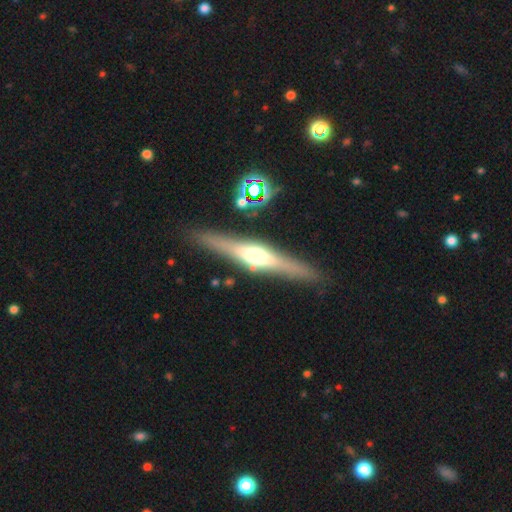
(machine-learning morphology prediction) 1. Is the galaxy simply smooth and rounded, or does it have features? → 67% featured or disk, 25% smooth, 8% star or artifact.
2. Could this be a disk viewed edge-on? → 95% yes, 5% no.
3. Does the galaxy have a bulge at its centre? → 89% rounded, 7% boxy, 4% none.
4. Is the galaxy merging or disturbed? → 86% none, 9% minor disturbance, 3% merger, 2% major disturbance.